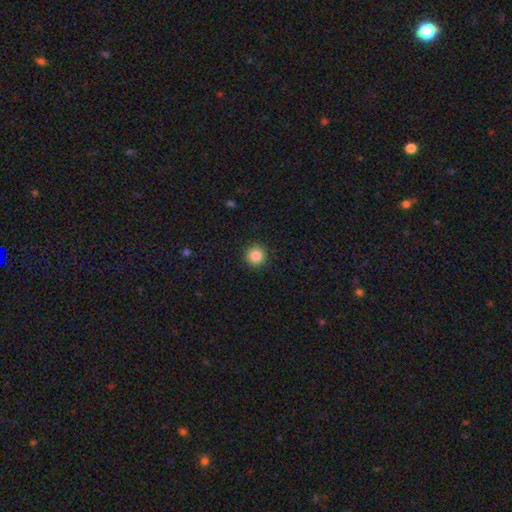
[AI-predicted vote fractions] Smooth or featured: smooth — 86% (star or artifact — 10%)
How rounded: round — 95% (in between — 4%)
Merging: none — 92% (minor disturbance — 5%)